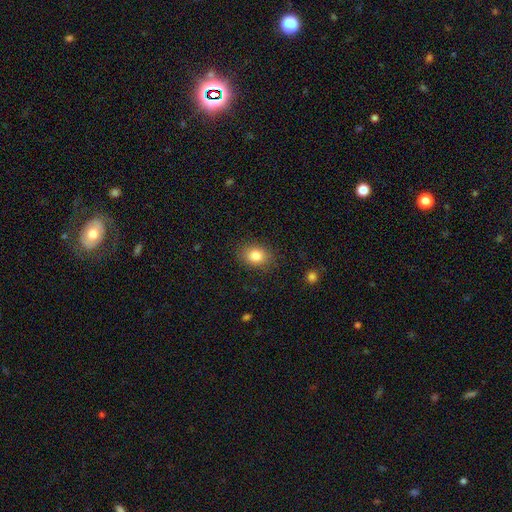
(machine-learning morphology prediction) This appears to be a smooth galaxy with no disk features (84%) that is in between round and cigar-shaped (60%). Merging: none (86%).